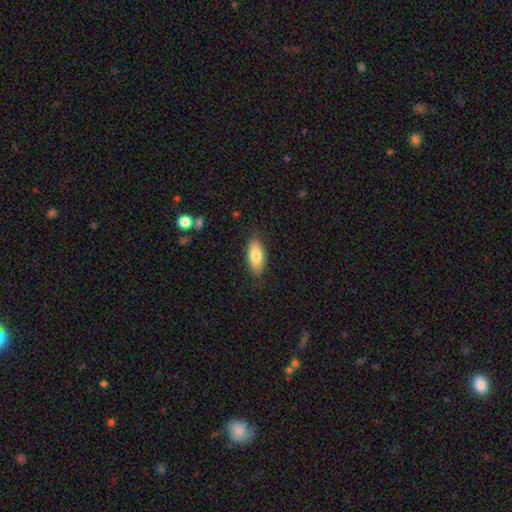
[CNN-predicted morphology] Overall: smooth (81%). How rounded: in between (86%). Merging: none (86%).